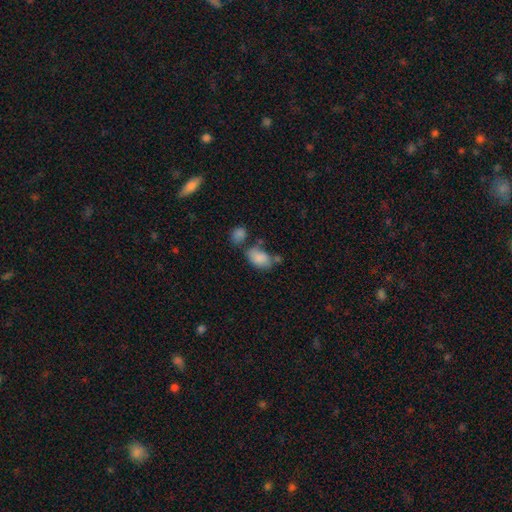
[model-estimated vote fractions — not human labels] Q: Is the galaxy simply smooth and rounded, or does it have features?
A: smooth — 52%.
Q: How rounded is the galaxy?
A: in between — 75%.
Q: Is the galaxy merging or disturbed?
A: none — 51%.